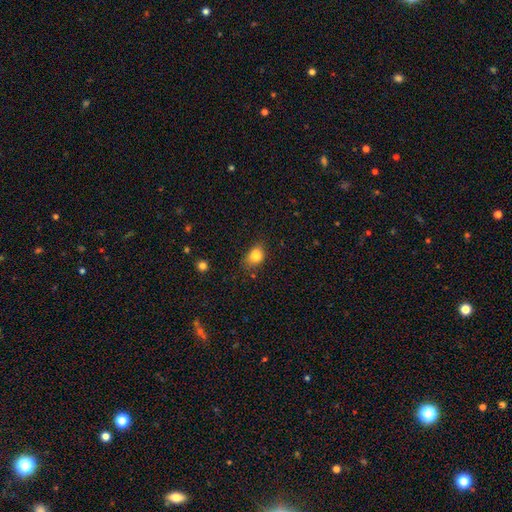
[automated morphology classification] A smooth galaxy with no disk features (84%) that is in between round and cigar-shaped (66%).

Vote fractions:
- Smooth or featured? smooth: 84% / star or artifact: 10% / featured or disk: 6%
- How rounded? in between: 66% / round: 32% / cigar-shaped: 1%
- Merging? none: 64% / minor disturbance: 27% / major disturbance: 6% / merger: 3%